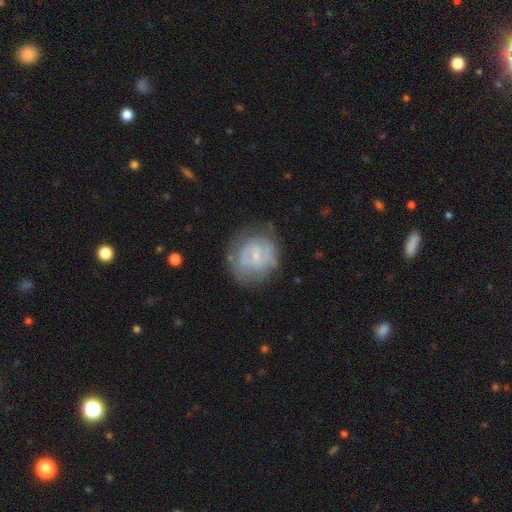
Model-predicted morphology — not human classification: The model was most divided on "bar": no: 45%, weak: 44%, strong: 11%. More confident: edge-on disk — no (97%); bulge size — small (73%); merging — none (67%); smooth or featured — featured or disk (61%); spiral arms — yes (59%).